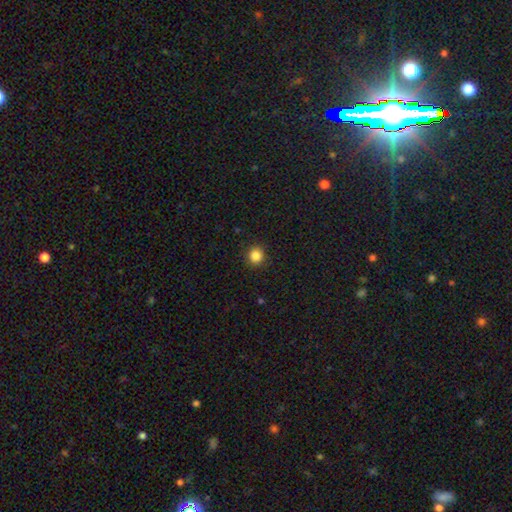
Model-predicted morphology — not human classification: Q: Smooth or featured?
A: smooth (85%); runner-up: star or artifact (11%)
Q: How rounded?
A: round (90%); runner-up: in between (9%)
Q: Merging?
A: none (91%); runner-up: minor disturbance (6%)